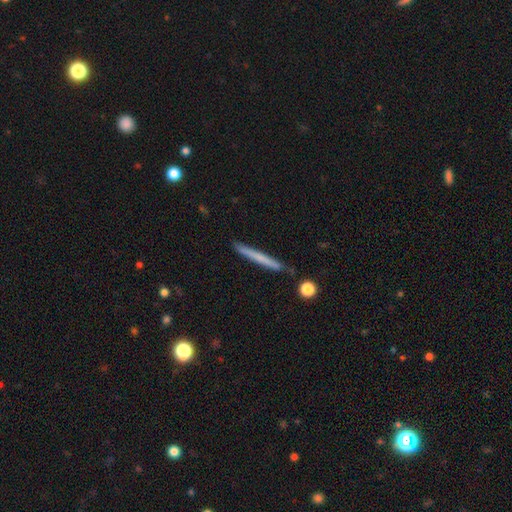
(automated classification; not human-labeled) Overall: smooth (47%; featured or disk 42%). Merging: none (87%).